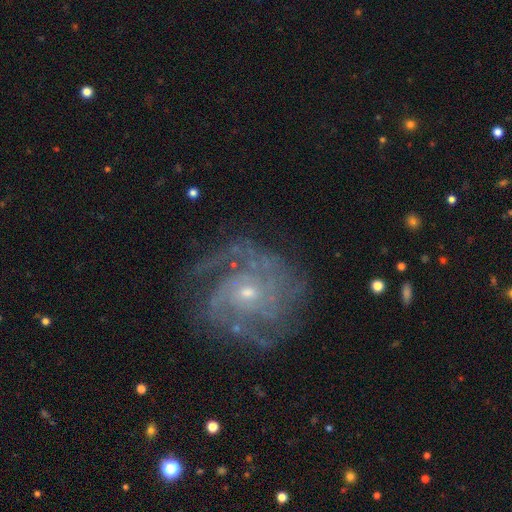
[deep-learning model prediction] This appears to be a featured or disk galaxy (89%) with no bar (73%), tight (62%) spiral arms (97%) and a small central bulge (70%). Merging: none (74%).